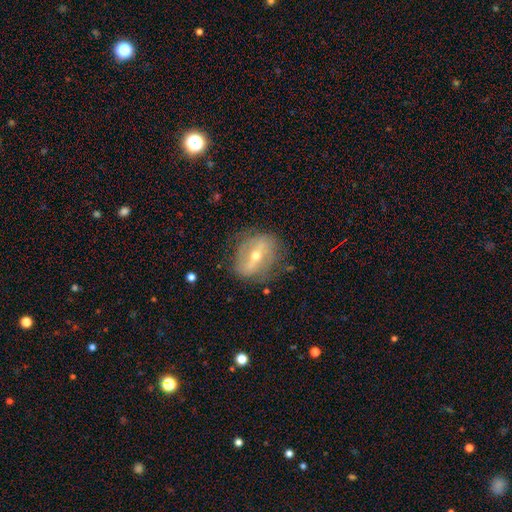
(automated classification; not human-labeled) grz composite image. It shows a featured or disk galaxy (72%) with a strong bar (62%), spiral arms (51%) and a moderate central bulge (55%). Merging: none (69%).